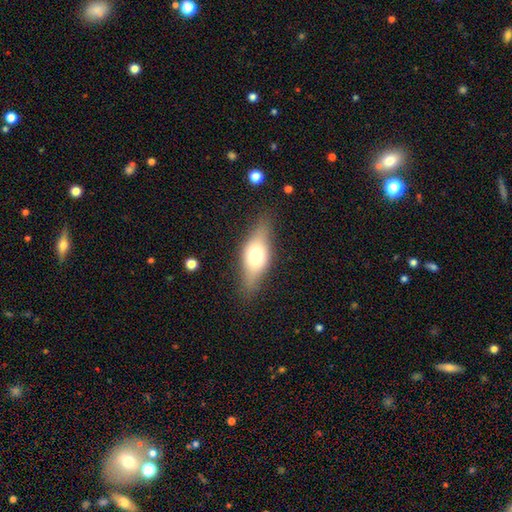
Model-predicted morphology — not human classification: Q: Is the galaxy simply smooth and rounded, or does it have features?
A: smooth — 54%.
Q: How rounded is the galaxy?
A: in between — 67%.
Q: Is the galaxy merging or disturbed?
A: none — 78%.